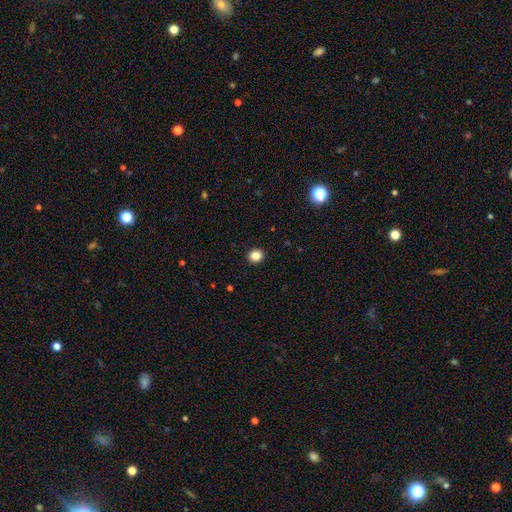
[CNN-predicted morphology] Overall: smooth (85%). How rounded: round (78%). Merging: none (92%).